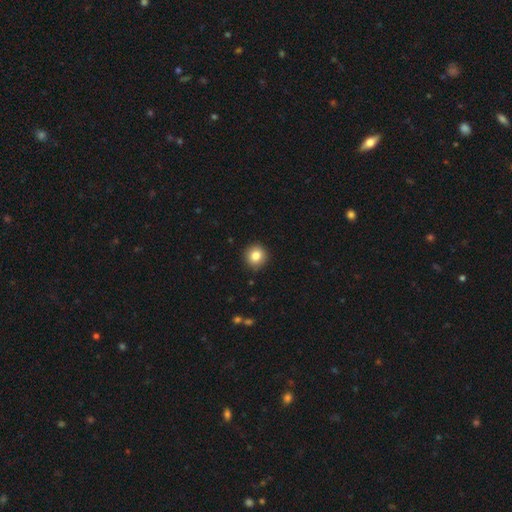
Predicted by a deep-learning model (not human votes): Morphology: type=smooth (84%); roundness=round (91%); merging=none (91%).